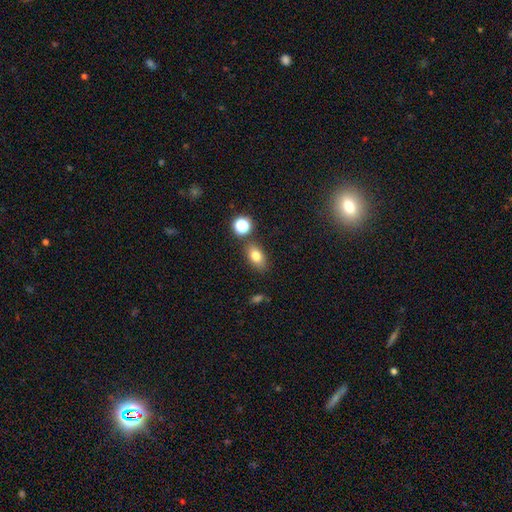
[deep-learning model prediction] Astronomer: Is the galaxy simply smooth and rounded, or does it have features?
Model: smooth — 78%.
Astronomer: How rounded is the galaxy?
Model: in between — 82%.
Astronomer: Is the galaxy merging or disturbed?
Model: none — 79%.